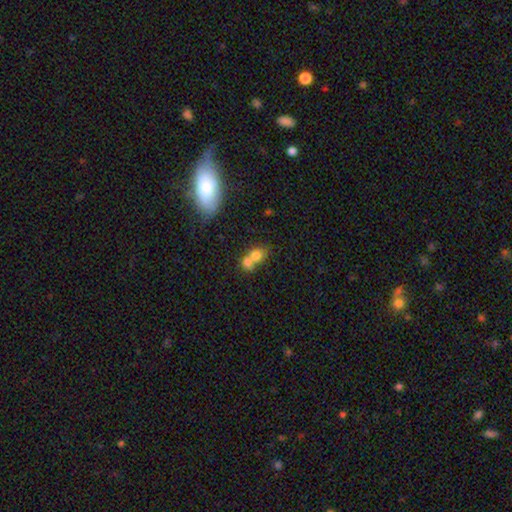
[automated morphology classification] Smooth or featured? smooth (74%)
How rounded? round (58%)
Merging? merger (68%)